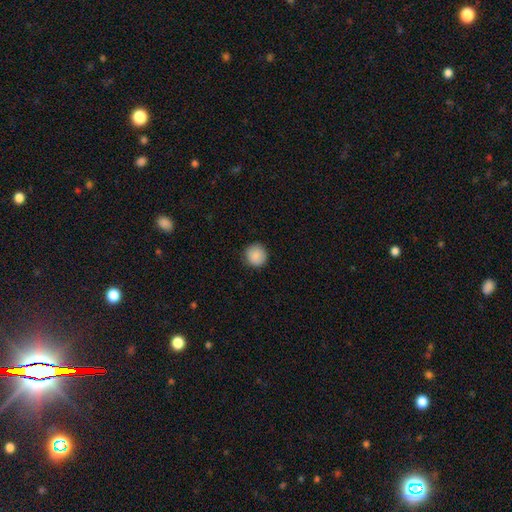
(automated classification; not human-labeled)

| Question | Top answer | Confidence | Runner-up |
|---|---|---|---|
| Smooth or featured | smooth | 88% | star or artifact (8%) |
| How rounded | round | 94% | in between (5%) |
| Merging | none | 88% | minor disturbance (9%) |